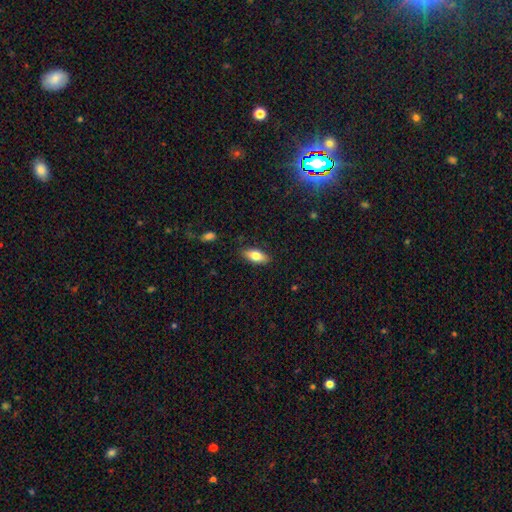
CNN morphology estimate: Smooth or featured? smooth (75%)
How rounded? in between (80%)
Merging? none (86%)